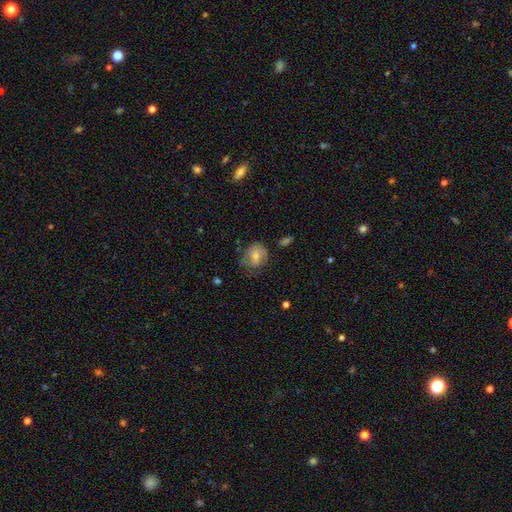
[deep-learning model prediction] Smooth or featured? smooth (62%)
How rounded? round (59%)
Merging? none (53%)